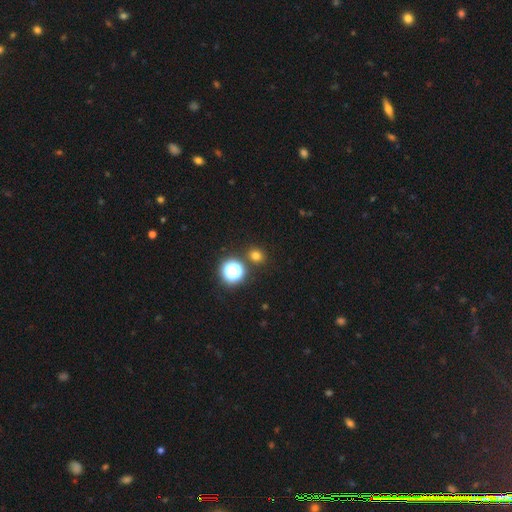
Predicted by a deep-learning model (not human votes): A smooth galaxy with no disk features (72%) that is round (83%). Merging: none (85%).